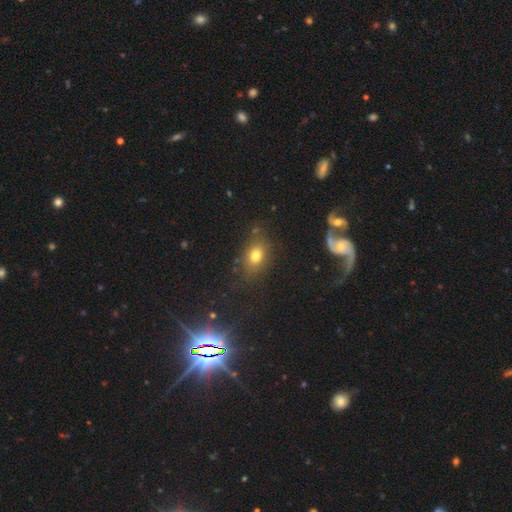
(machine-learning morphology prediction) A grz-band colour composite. It shows a smooth galaxy with no disk features (75%) that is in between round and cigar-shaped (64%). Merging: none (77%).